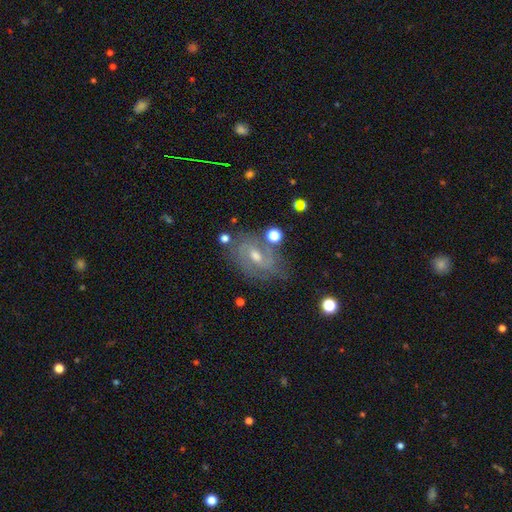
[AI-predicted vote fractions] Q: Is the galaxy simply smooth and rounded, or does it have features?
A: featured or disk — 69%.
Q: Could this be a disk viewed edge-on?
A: no — 95%.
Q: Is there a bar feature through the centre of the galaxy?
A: weak — 50%.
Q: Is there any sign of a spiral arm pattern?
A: yes — 84%.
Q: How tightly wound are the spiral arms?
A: tight — 45%.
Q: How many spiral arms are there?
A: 2 — 54%.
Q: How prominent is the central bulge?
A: moderate — 57%.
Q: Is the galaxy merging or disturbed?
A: none — 67%.